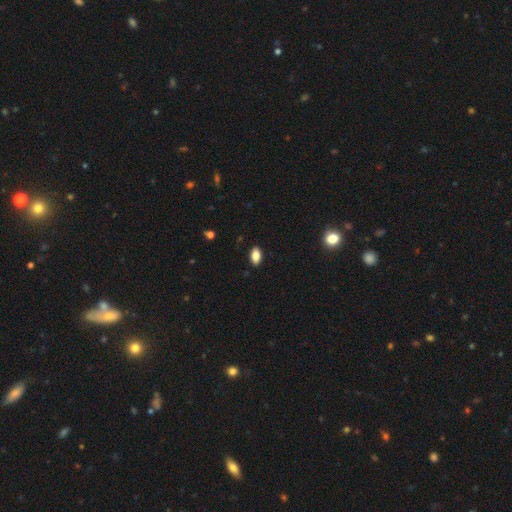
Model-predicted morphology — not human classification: Smooth or featured? smooth (85%)
How rounded? in between (92%)
Merging? none (89%)